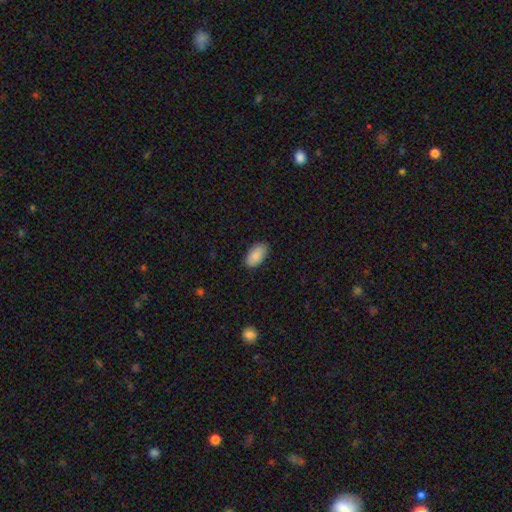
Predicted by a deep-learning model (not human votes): smooth-or-featured: smooth: 88% | star or artifact: 6% | featured or disk: 6%
  how-rounded: in between: 95% | round: 3% | cigar-shaped: 2%
  merging: none: 86% | minor disturbance: 11% | major disturbance: 2% | merger: 1%